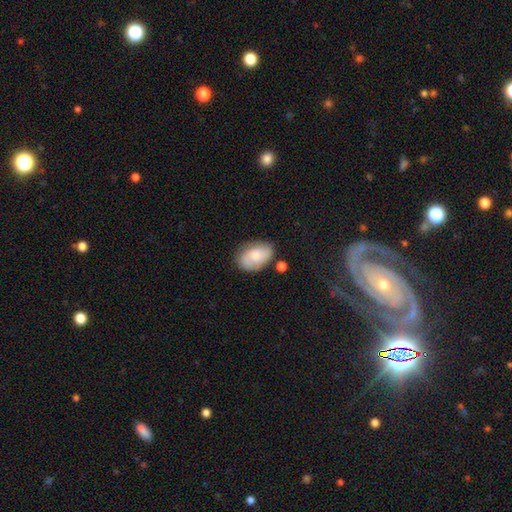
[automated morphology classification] The model was most divided on "smooth or featured": smooth: 66%, featured or disk: 27%, star or artifact: 7%. More confident: how rounded — in between (87%); merging — none (69%).